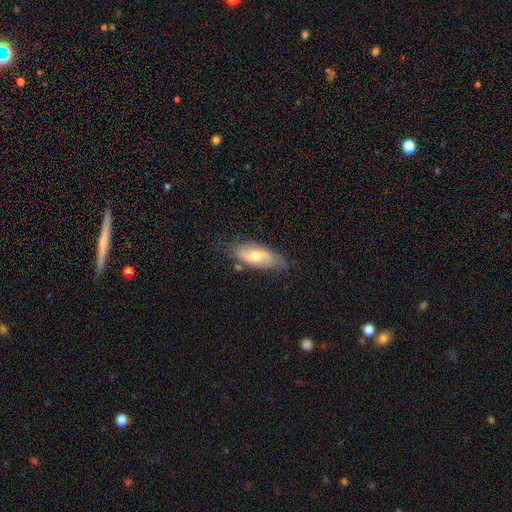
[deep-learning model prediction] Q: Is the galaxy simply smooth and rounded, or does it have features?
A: featured or disk — 51%.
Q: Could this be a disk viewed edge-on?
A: no — 85%.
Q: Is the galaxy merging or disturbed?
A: none — 68%.